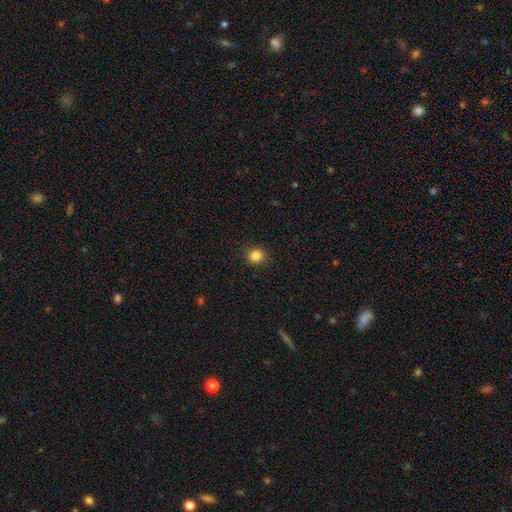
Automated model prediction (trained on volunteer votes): This appears to be a smooth galaxy with no disk features (84%) that is round (89%). Merging: none (91%).